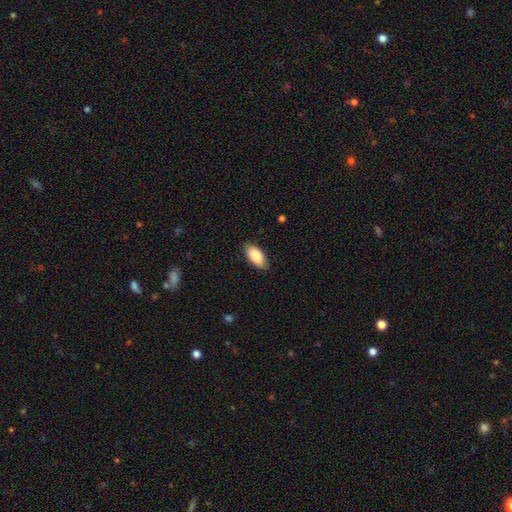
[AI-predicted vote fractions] Overall: smooth (88%). How rounded: in between (92%). Merging: none (86%).